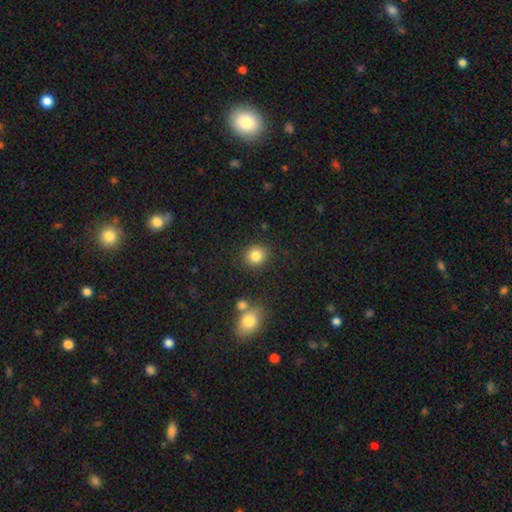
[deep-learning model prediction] smooth_or_featured: smooth (p=0.84) [alt: star or artifact p=0.10]
how_rounded: round (p=0.83) [alt: in between p=0.16]
merging: none (p=0.87) [alt: minor disturbance p=0.07]